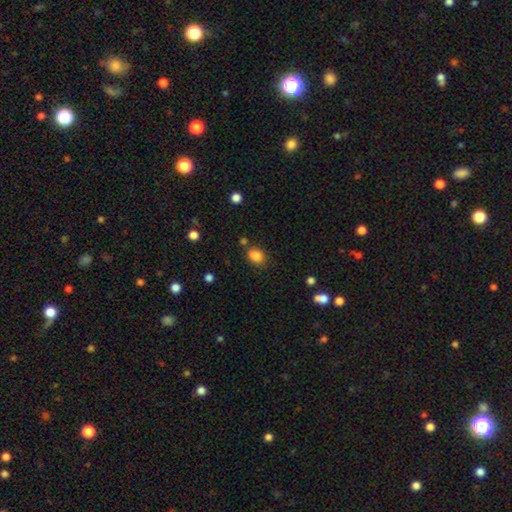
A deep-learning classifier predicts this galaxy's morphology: The model was most divided on "how rounded": in between: 68%, round: 30%, cigar-shaped: 1%. More confident: smooth or featured — smooth (83%); merging — none (66%).